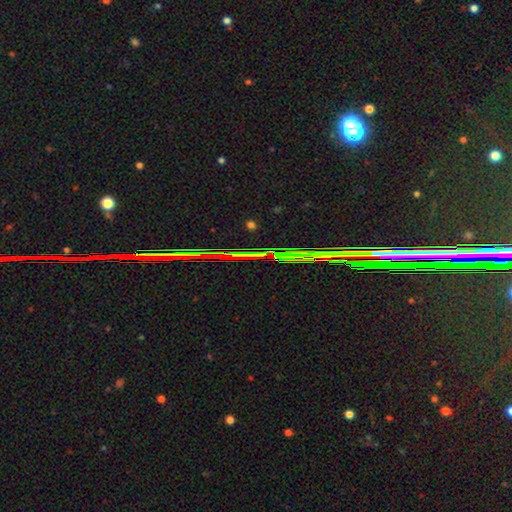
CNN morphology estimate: Overall: star or artifact (85%).